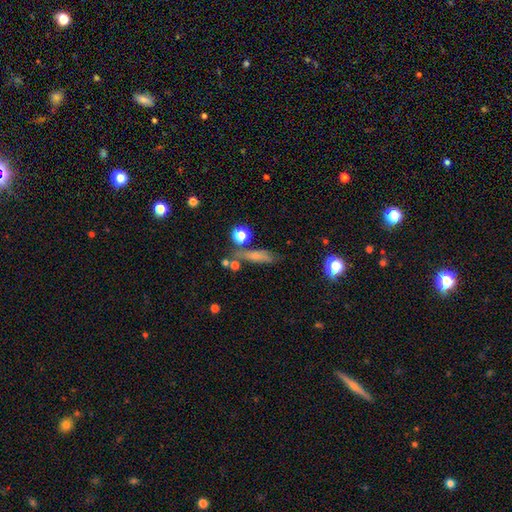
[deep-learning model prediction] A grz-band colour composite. It shows a smooth galaxy with no disk features (64%) that is cigar-shaped (62%). Merging: none (59%).